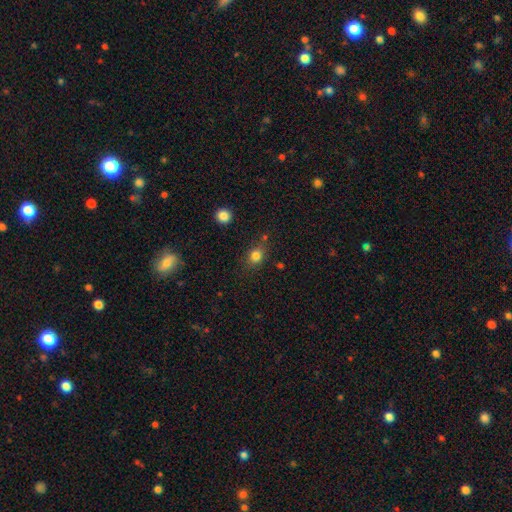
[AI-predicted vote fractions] Smooth or featured? Predicted: smooth (p=0.80). How rounded? Predicted: round (p=0.56). Merging? Predicted: none (p=0.74).